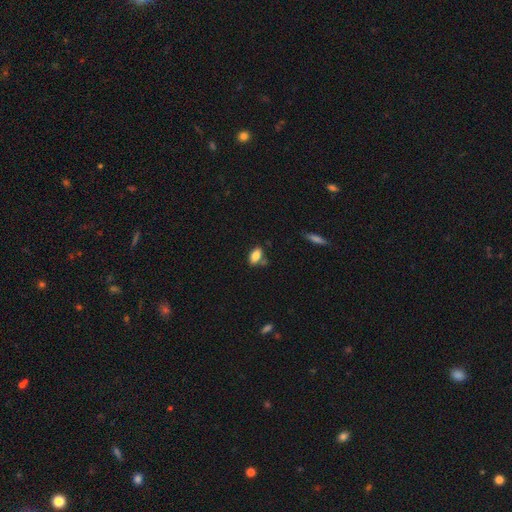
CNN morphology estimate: Smooth or featured? smooth (81%)
How rounded? in between (90%)
Merging? none (68%)